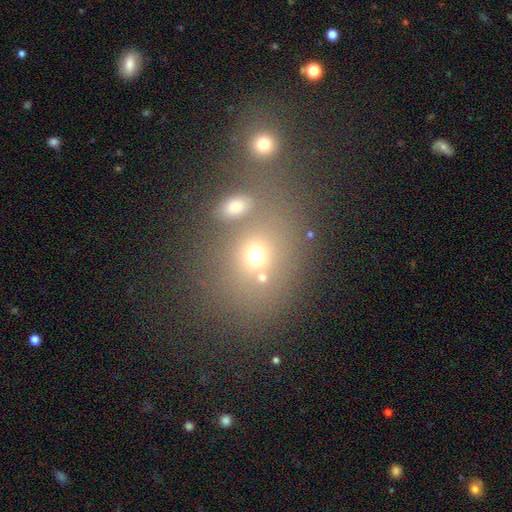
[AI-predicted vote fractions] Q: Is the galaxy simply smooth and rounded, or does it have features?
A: smooth — 65%.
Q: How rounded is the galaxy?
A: round — 57%.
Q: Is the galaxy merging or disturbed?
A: none — 49%.